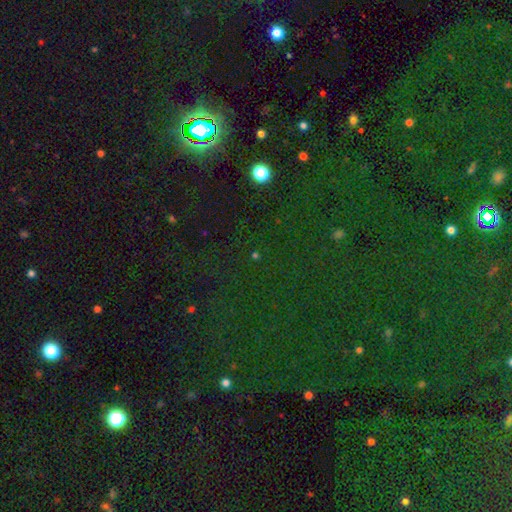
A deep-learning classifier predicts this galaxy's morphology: This is likely a star or artifact rather than a galaxy (68%).